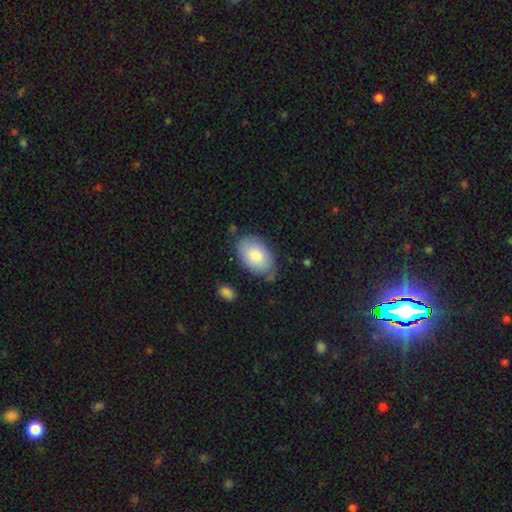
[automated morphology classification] Q: Smooth or featured?
A: smooth (81%); runner-up: featured or disk (13%)
Q: How rounded?
A: in between (92%); runner-up: round (7%)
Q: Merging?
A: none (70%); runner-up: minor disturbance (22%)